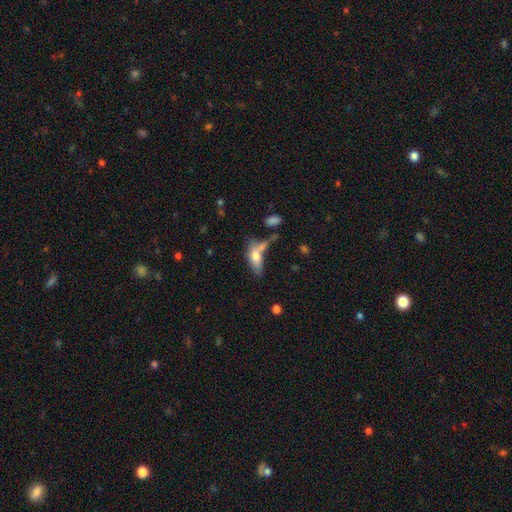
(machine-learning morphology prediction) This appears to be a smooth galaxy with no disk features (67%) that is in between round and cigar-shaped (74%). Merging: none (37%).